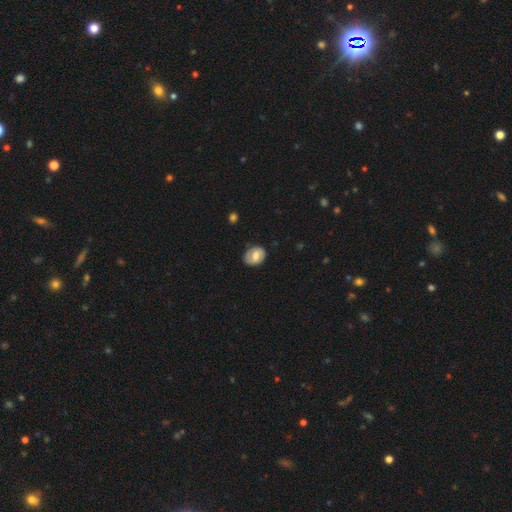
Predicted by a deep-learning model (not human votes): The model was most divided on "how rounded": in between: 51%, round: 48%, cigar-shaped: 1%. More confident: merging — none (78%); smooth or featured — smooth (57%).